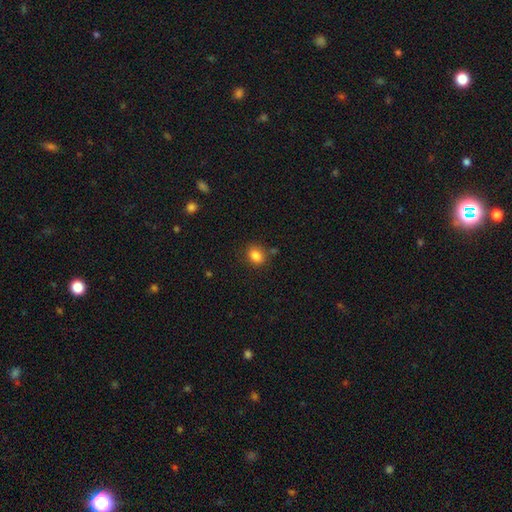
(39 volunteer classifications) smooth_or_featured: smooth (p=0.77) [alt: featured or disk p=0.13]
how_rounded: in between (p=0.70) [alt: round p=0.30]
merging: none (p=0.74) [alt: minor disturbance p=0.14]